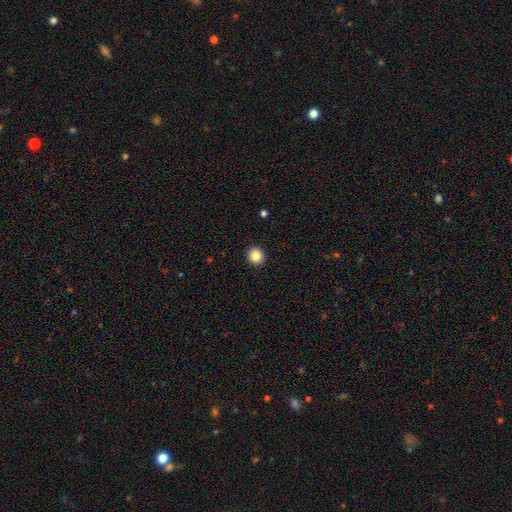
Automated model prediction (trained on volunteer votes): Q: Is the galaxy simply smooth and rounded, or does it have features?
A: smooth — 86%.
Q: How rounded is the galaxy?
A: round — 91%.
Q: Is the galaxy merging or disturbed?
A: none — 93%.